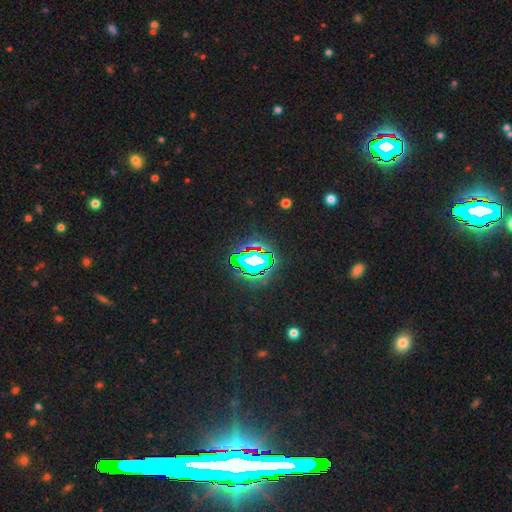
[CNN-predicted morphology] Q: Smooth or featured?
A: star or artifact (81%); runner-up: smooth (11%)